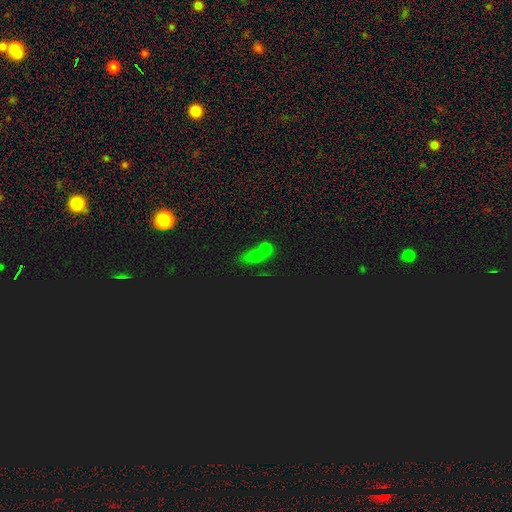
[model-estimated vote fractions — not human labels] smooth_or_featured: smooth (p=0.60) [alt: star or artifact p=0.27]
how_rounded: round (p=0.51) [alt: in between p=0.44]
merging: merger (p=0.61) [alt: none p=0.29]